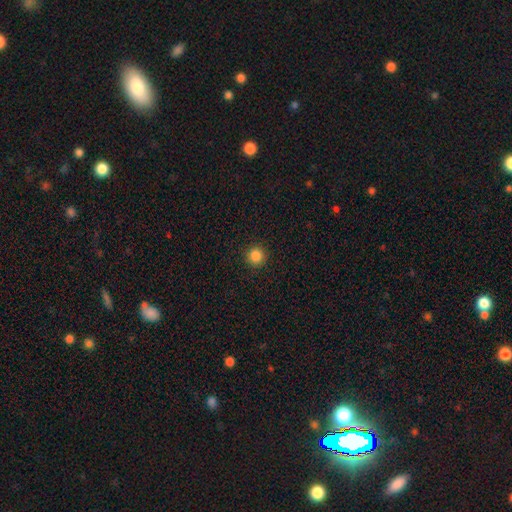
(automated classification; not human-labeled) smooth 86%, star or artifact 11%, featured or disk 3%. Down the decision tree: how rounded — round (95%); merging — none (93%).